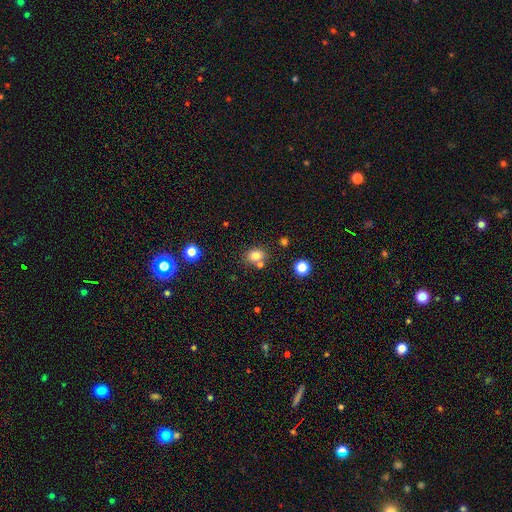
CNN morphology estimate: Smooth or featured: smooth — 78% (star or artifact — 13%)
How rounded: in between — 51% (round — 48%)
Merging: none — 68% (merger — 16%)